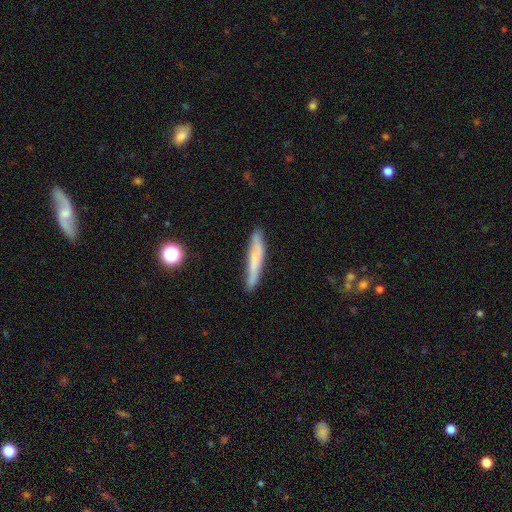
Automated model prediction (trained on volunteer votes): Q: Smooth or featured?
A: smooth (61%); runner-up: featured or disk (31%)
Q: How rounded?
A: cigar-shaped (94%); runner-up: in between (5%)
Q: Merging?
A: none (83%); runner-up: minor disturbance (13%)